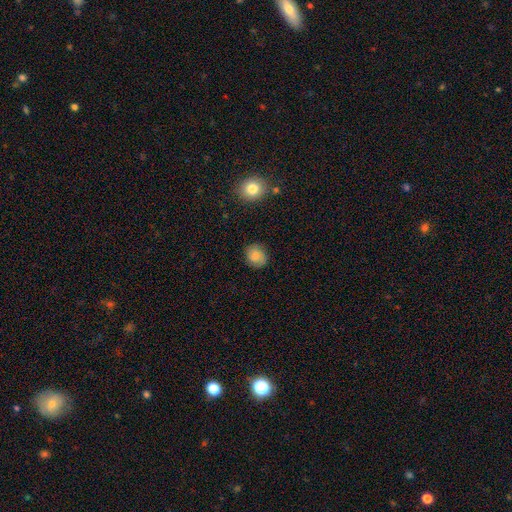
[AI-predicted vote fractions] Smooth or featured? smooth (71%)
How rounded? round (73%)
Merging? none (80%)